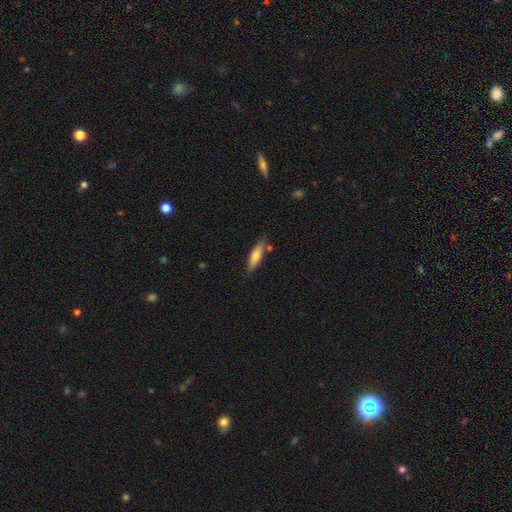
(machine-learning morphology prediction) Q: Smooth or featured?
A: smooth (67%); runner-up: featured or disk (26%)
Q: How rounded?
A: cigar-shaped (67%); runner-up: in between (31%)
Q: Merging?
A: none (78%); runner-up: minor disturbance (14%)